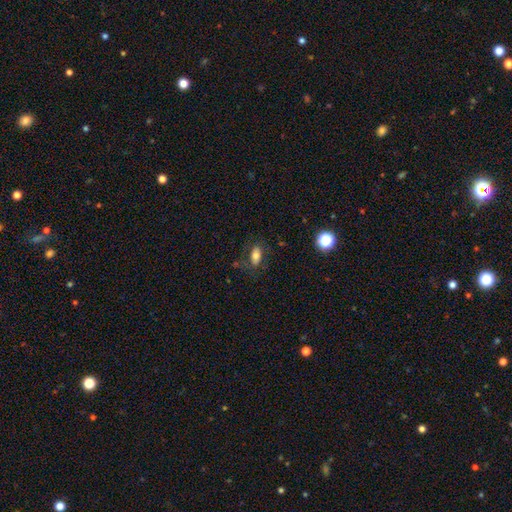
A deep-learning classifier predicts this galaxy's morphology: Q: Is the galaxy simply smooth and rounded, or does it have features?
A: smooth — 72%.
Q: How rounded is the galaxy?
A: in between — 87%.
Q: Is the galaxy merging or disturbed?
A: none — 71%.